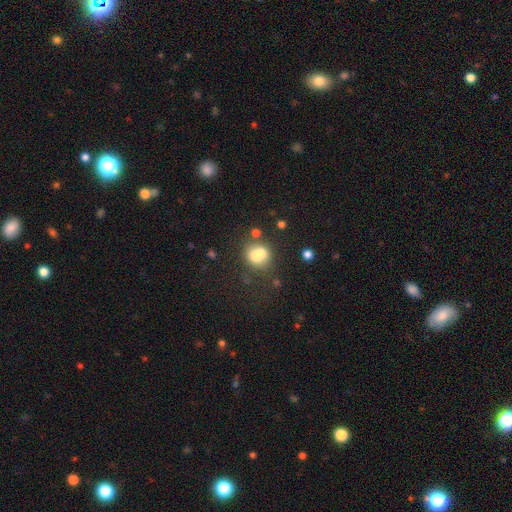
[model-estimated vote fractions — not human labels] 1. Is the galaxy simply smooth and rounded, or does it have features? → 64% smooth, 23% featured or disk, 13% star or artifact.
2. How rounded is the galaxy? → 77% round, 22% in between, 1% cigar-shaped.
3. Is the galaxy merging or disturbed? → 52% merger, 35% none, 8% minor disturbance, 4% major disturbance.